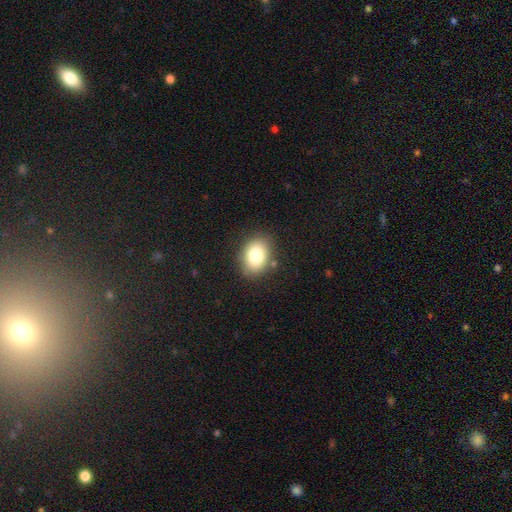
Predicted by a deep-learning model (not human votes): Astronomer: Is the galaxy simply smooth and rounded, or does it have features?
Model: smooth — 82%.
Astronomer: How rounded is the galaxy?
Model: in between — 69%.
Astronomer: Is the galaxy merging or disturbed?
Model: none — 82%.